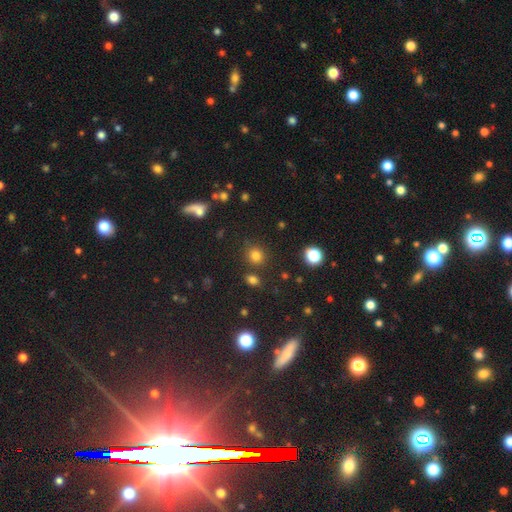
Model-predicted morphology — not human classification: smooth_or_featured: smooth (p=0.80) [alt: star or artifact p=0.15]
how_rounded: round (p=0.81) [alt: in between p=0.17]
merging: none (p=0.80) [alt: minor disturbance p=0.09]